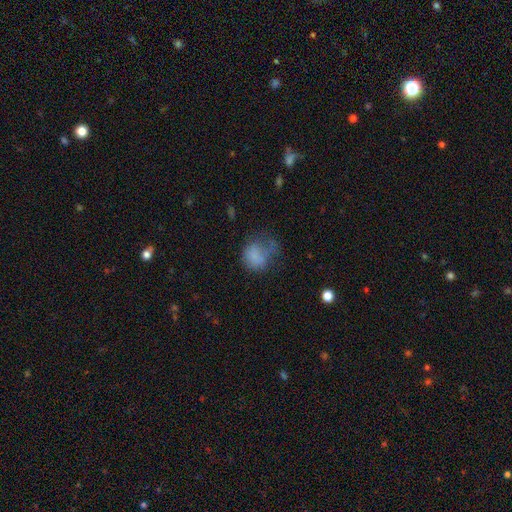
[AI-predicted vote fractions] Smooth or featured: smooth — 68% (featured or disk — 21%)
How rounded: round — 55% (in between — 44%)
Merging: major disturbance — 40% (none — 28%)